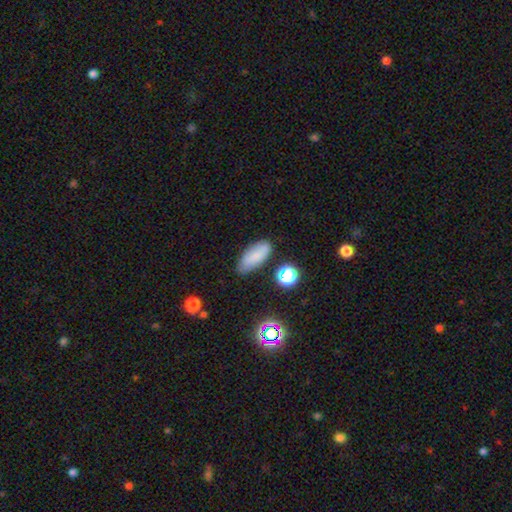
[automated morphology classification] smooth_or_featured: smooth (p=0.77) [alt: featured or disk p=0.12]
how_rounded: in between (p=0.80) [alt: cigar-shaped p=0.16]
merging: none (p=0.75) [alt: minor disturbance p=0.17]